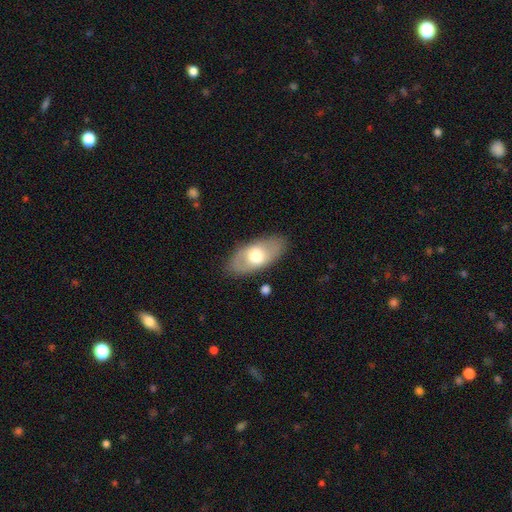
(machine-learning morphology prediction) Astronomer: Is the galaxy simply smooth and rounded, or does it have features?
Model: smooth — 55% (runner-up: featured or disk, 39%).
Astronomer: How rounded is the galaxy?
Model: in between — 90%.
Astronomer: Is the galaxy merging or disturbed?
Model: none — 84%.